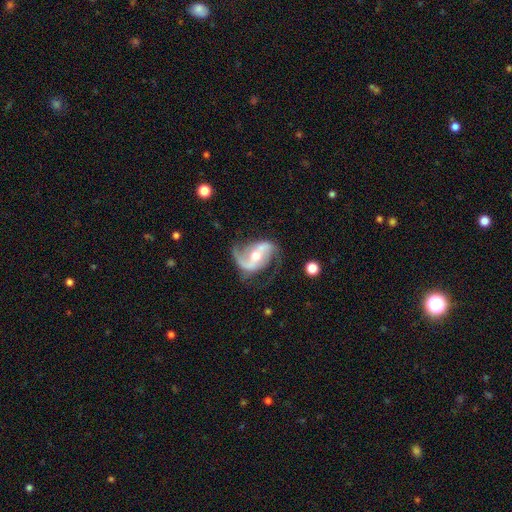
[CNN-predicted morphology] type=featured or disk (90%); edge-on=no (97%); bar=strong (38%); spiral arms=yes (97%); winding=loose (50%); arm count=2 (90%); bulge=moderate (63%); merging=none (68%).